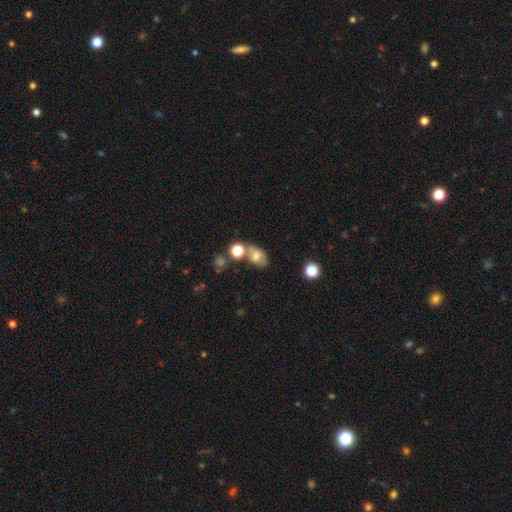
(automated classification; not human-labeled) Smooth or featured? Predicted: smooth (p=0.64). How rounded? Predicted: in between (p=0.78). Merging? Predicted: none (p=0.42).